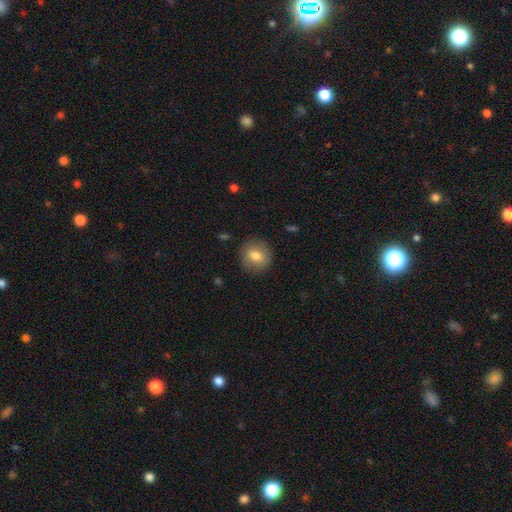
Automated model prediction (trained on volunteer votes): Smooth or featured? Predicted: smooth (p=0.77). How rounded? Predicted: round (p=0.83). Merging? Predicted: none (p=0.87).